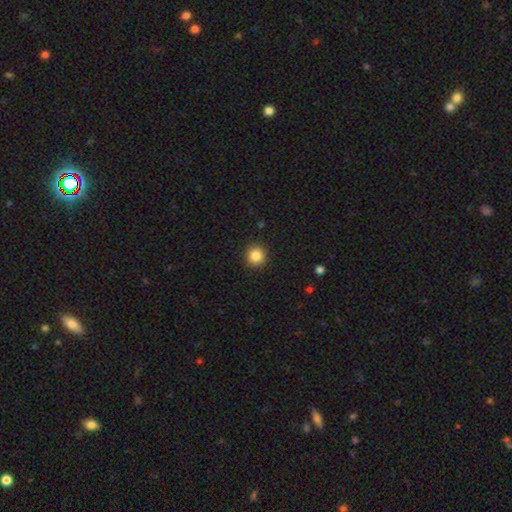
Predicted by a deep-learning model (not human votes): This appears to be a smooth galaxy with no disk features (85%) that is round (95%). Merging: none (92%).